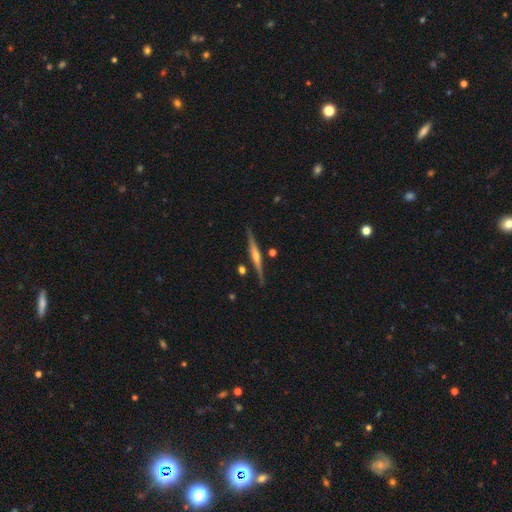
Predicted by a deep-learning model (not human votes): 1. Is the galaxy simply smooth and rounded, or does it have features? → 77% featured or disk, 17% smooth, 6% star or artifact.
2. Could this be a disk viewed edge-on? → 98% yes, 2% no.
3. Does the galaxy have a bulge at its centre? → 80% rounded, 11% none, 9% boxy.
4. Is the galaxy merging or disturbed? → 86% none, 9% minor disturbance, 3% merger, 2% major disturbance.